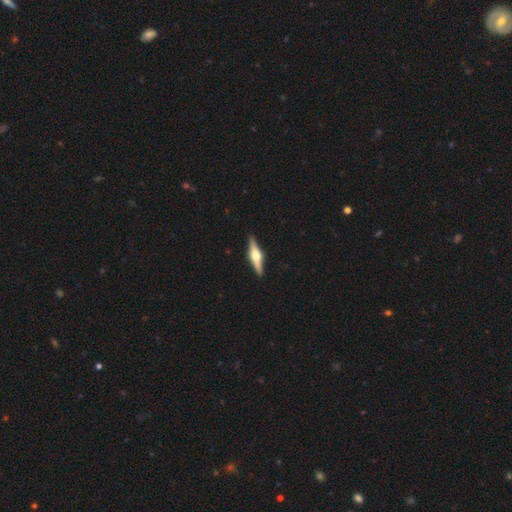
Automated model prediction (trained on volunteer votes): The model was most divided on "smooth or featured": featured or disk: 76%, smooth: 19%, star or artifact: 5%. More confident: edge-on disk — yes (98%); edge-on bulge — rounded (93%); merging — none (91%).